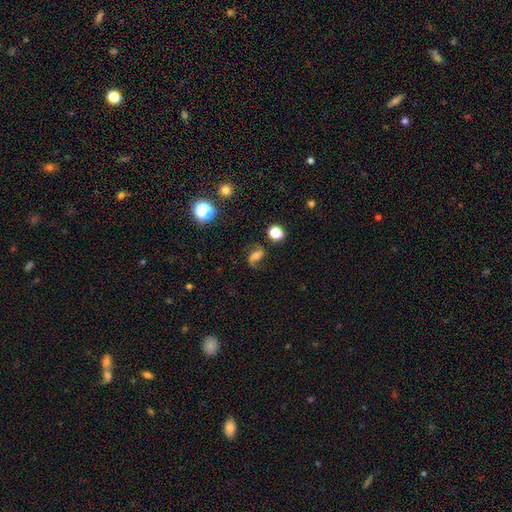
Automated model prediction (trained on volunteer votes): Smooth or featured: featured or disk — 67% (smooth — 19%)
Edge-on disk: no — 97% (yes — 3%)
Bar: weak — 39% (no — 38%)
Spiral arms: yes — 94% (no — 6%)
Spiral winding: loose — 66% (medium — 27%)
Spiral arm count: 2 — 91% (1 — 4%)
Bulge size: moderate — 41% (small — 26%)
Merging: none — 74% (minor disturbance — 15%)